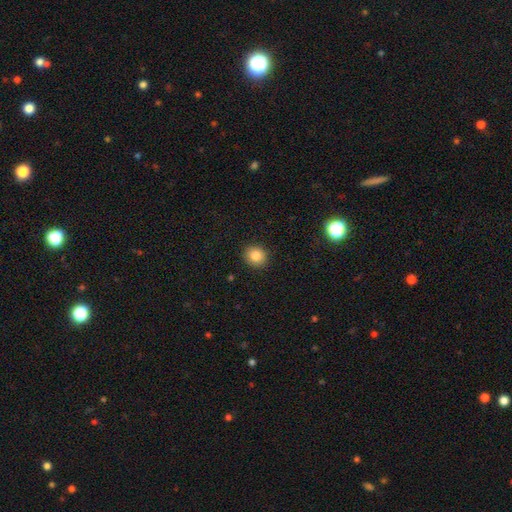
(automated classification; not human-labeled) Q: Smooth or featured?
A: smooth (83%); runner-up: star or artifact (10%)
Q: How rounded?
A: round (88%); runner-up: in between (11%)
Q: Merging?
A: none (91%); runner-up: minor disturbance (6%)